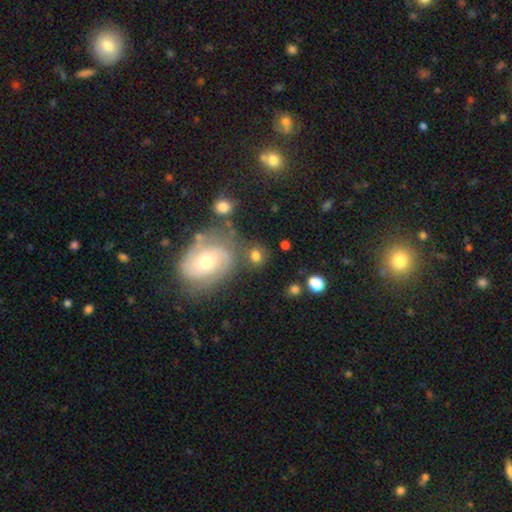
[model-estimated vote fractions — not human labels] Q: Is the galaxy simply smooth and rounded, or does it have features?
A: smooth — 67%.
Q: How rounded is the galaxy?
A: round — 65%.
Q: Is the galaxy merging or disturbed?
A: none — 64%.